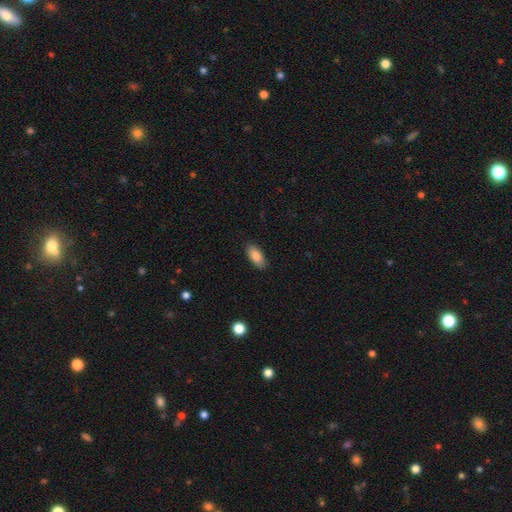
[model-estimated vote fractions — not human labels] smooth-or-featured: smooth: 86% | featured or disk: 7% | star or artifact: 7%
  how-rounded: in between: 89% | cigar-shaped: 9% | round: 2%
  merging: none: 88% | minor disturbance: 9% | major disturbance: 2% | merger: 1%